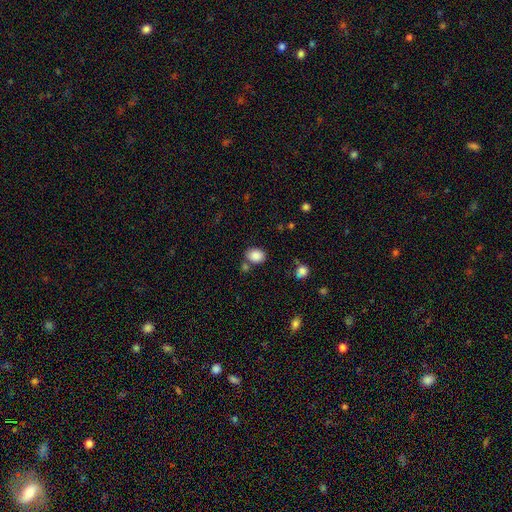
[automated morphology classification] Smooth or featured?
  - smooth: 87% *
  - star or artifact: 9%
  - featured or disk: 5%
How rounded?
  - in between: 62% *
  - round: 38%
  - cigar-shaped: 1%
Merging?
  - none: 69% *
  - minor disturbance: 14%
  - merger: 13%
  - major disturbance: 4%